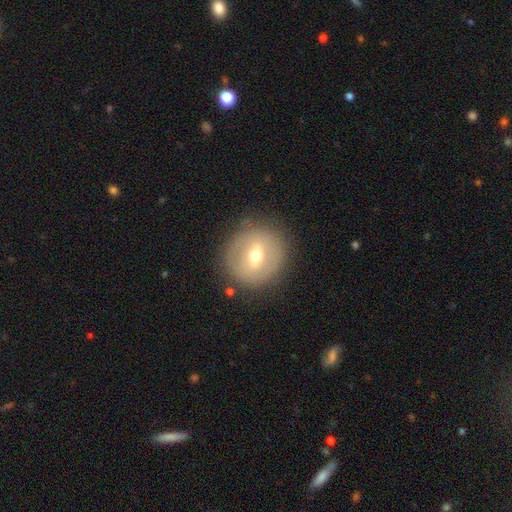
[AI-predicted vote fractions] Smooth or featured? Predicted: featured or disk (p=0.48). Merging? Predicted: none (p=0.85).